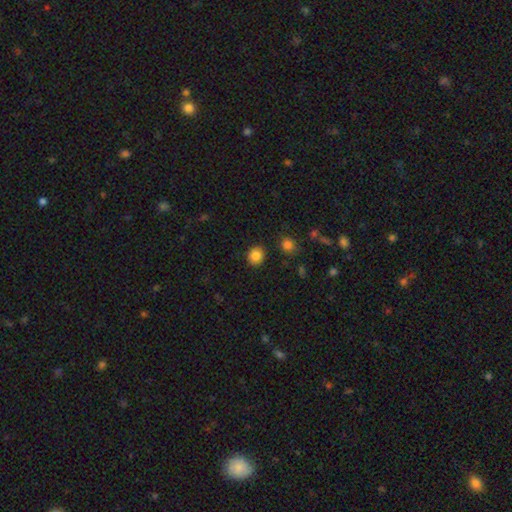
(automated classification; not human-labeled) smooth_or_featured: smooth (p=0.85) [alt: star or artifact p=0.10]
how_rounded: round (p=0.79) [alt: in between p=0.20]
merging: none (p=0.89) [alt: minor disturbance p=0.07]